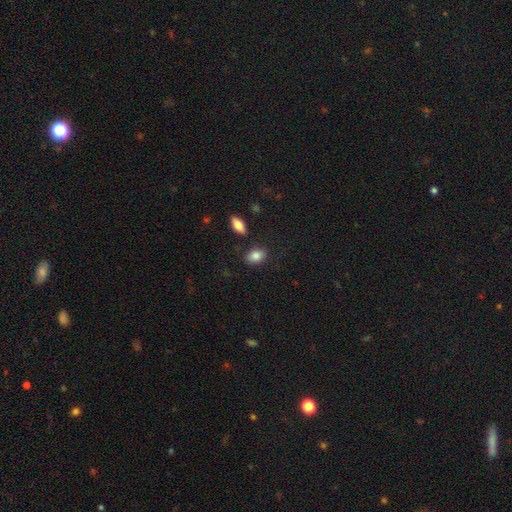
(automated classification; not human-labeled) Morphology: type=smooth (85%); roundness=in between (78%); merging=none (79%).